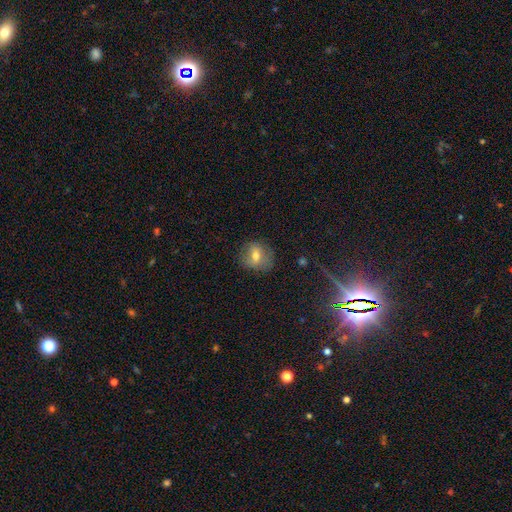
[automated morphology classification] smooth_or_featured: smooth (p=0.60) [alt: featured or disk p=0.29]
how_rounded: round (p=0.68) [alt: in between p=0.31]
merging: none (p=0.75) [alt: minor disturbance p=0.17]